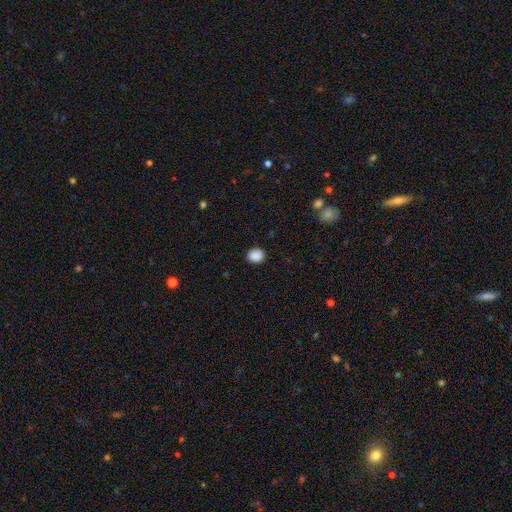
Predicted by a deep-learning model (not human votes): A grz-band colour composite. It shows a smooth galaxy with no disk features (89%) that is round (74%). Merging: none (91%).